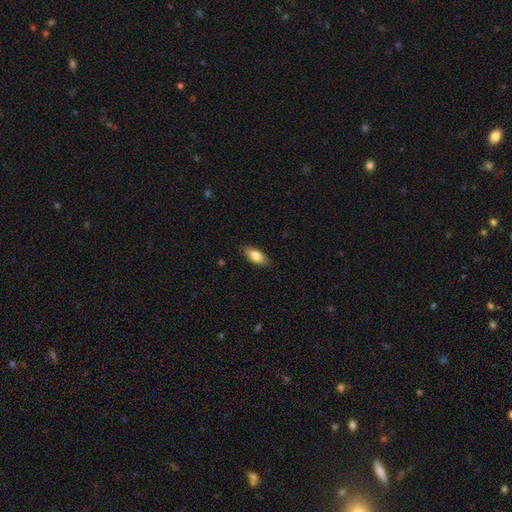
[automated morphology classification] type=smooth (79%); roundness=in between (80%); merging=none (88%).